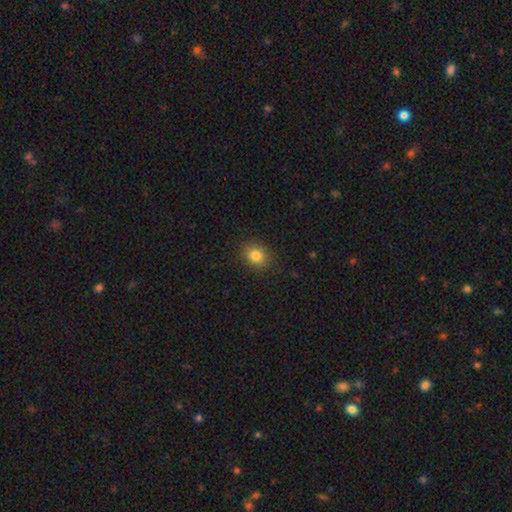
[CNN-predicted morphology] The model was most divided on "how rounded": round: 67%, in between: 32%, cigar-shaped: 1%. More confident: merging — none (88%); smooth or featured — smooth (83%).